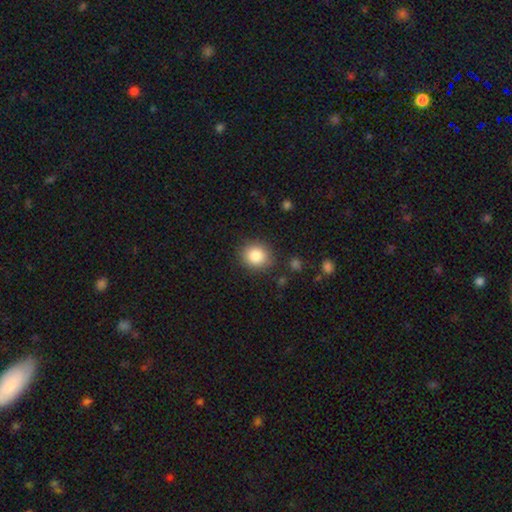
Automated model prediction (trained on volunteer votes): Smooth or featured? smooth (84%)
How rounded? round (79%)
Merging? none (87%)